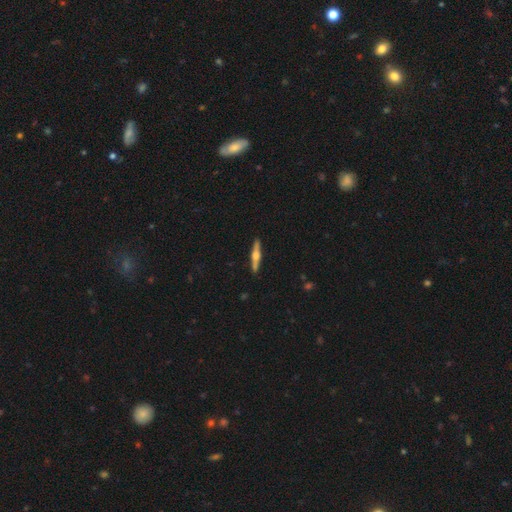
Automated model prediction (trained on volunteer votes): Smooth or featured: featured or disk — 67% (smooth — 28%)
Edge-on disk: yes — 98% (no — 2%)
Edge-on bulge: rounded — 92% (boxy — 5%)
Merging: none — 91% (minor disturbance — 6%)